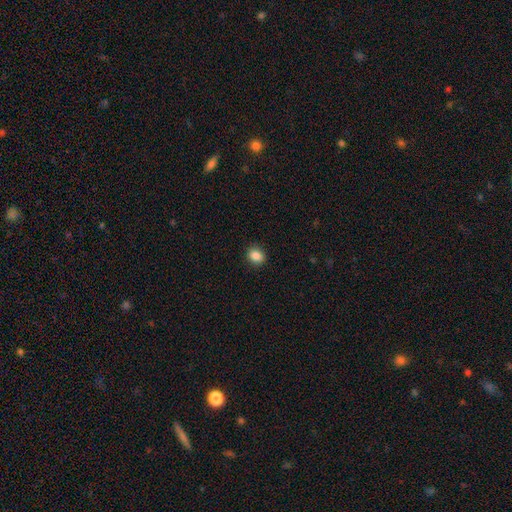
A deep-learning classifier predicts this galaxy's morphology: Smooth or featured? smooth (87%)
How rounded? round (58%)
Merging? none (90%)